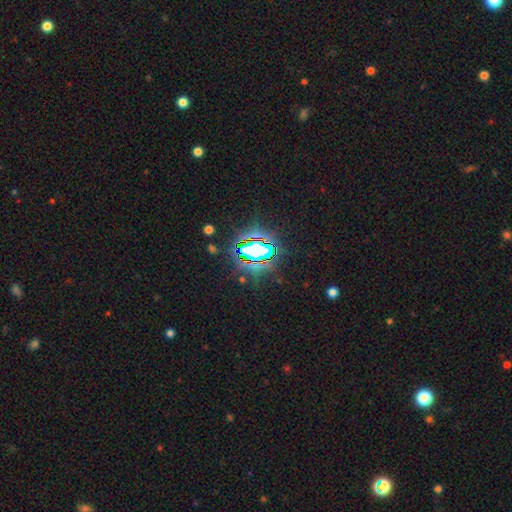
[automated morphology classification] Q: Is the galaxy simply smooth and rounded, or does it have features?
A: star or artifact — 79%.